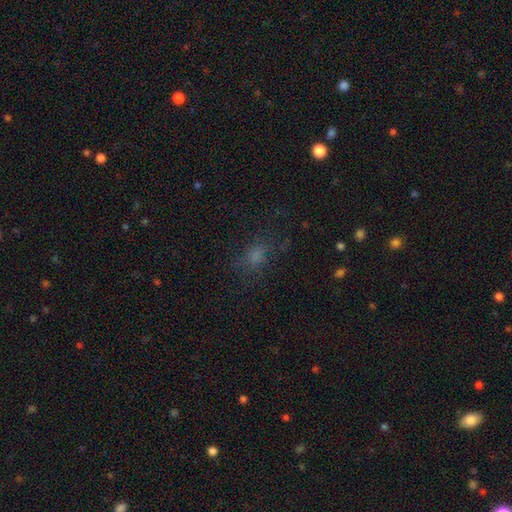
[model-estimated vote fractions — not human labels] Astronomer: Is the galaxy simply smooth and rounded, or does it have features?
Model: smooth — 63%.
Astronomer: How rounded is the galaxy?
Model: in between — 53% (runner-up: round, 43%).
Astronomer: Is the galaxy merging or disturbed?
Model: none — 63%.